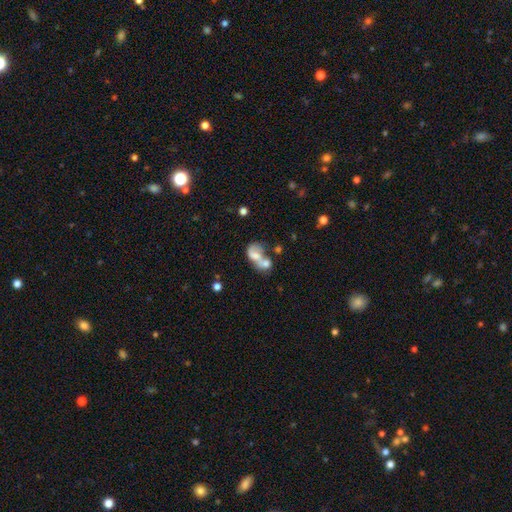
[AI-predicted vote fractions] Smooth or featured? smooth (54%)
How rounded? in between (74%)
Merging? merger (67%)